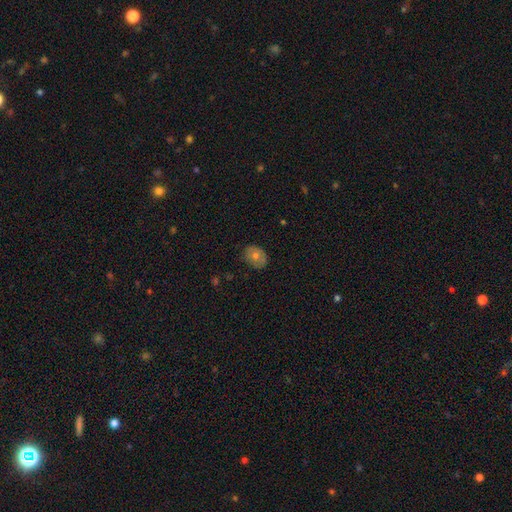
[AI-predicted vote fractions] smooth_or_featured: smooth (p=0.67) [alt: featured or disk p=0.24]
how_rounded: in between (p=0.54) [alt: round p=0.45]
merging: none (p=0.77) [alt: minor disturbance p=0.18]